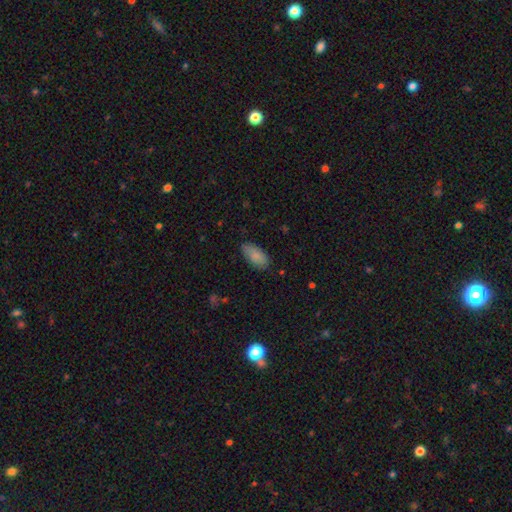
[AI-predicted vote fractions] smooth-or-featured: smooth: 87% | featured or disk: 7% | star or artifact: 6%
  how-rounded: in between: 92% | cigar-shaped: 6% | round: 2%
  merging: none: 81% | minor disturbance: 15% | major disturbance: 3% | merger: 1%